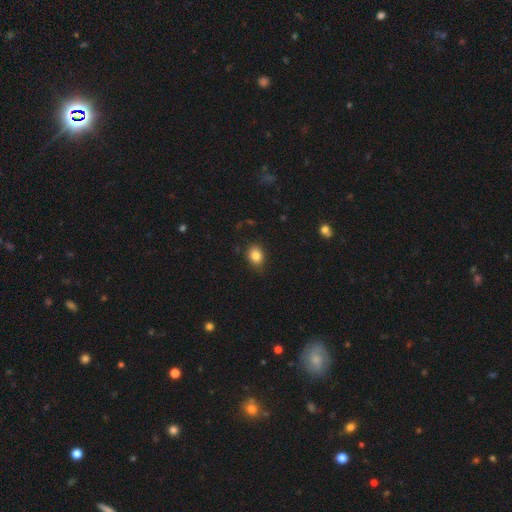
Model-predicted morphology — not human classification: The model was most divided on "how rounded": in between: 57%, round: 42%, cigar-shaped: 1%. More confident: smooth or featured — smooth (85%); merging — none (84%).